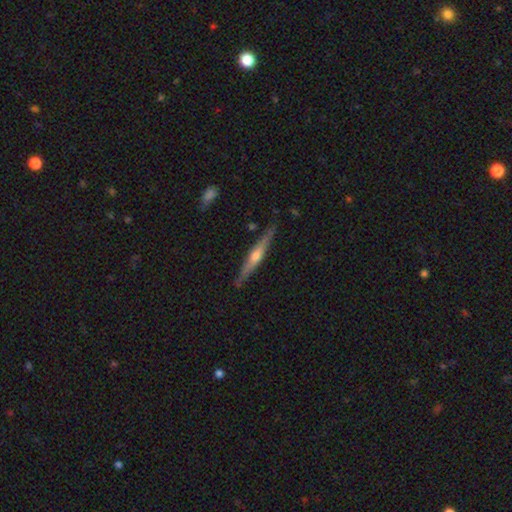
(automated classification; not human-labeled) The model was most divided on "smooth or featured": featured or disk: 70%, smooth: 25%, star or artifact: 6%. More confident: edge-on disk — yes (97%); merging — none (87%); edge-on bulge — rounded (86%).